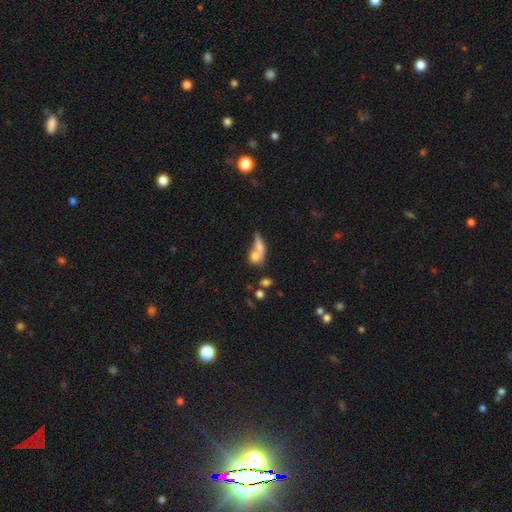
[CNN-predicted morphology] Smooth or featured? smooth (66%)
How rounded? in between (50%)
Merging? merger (52%)